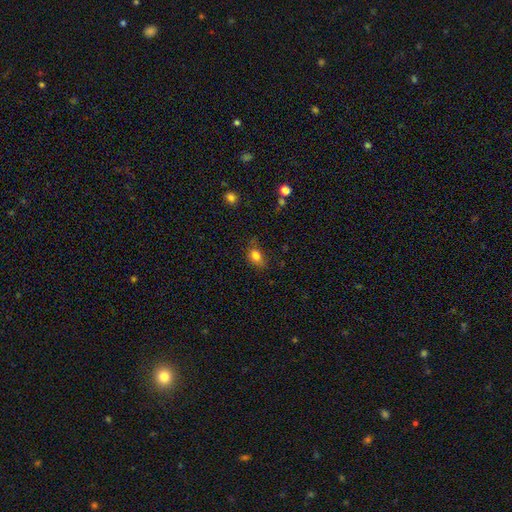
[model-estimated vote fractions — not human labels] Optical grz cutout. It shows a smooth galaxy with no disk features (81%) that is in between round and cigar-shaped (70%). Merging: none (61%).